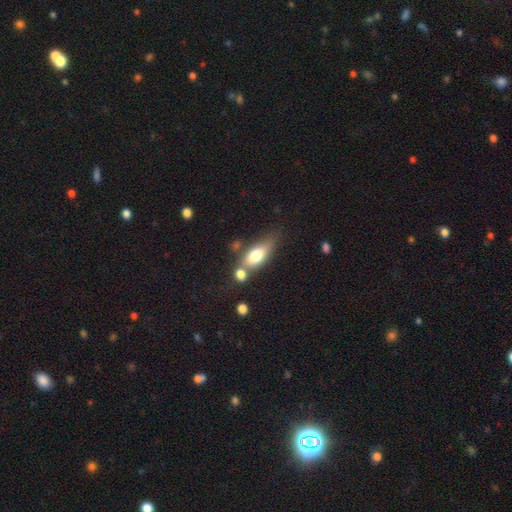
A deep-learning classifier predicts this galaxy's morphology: Smooth or featured: smooth — 71% (featured or disk — 21%)
How rounded: in between — 75% (cigar-shaped — 19%)
Merging: none — 46% (merger — 26%)